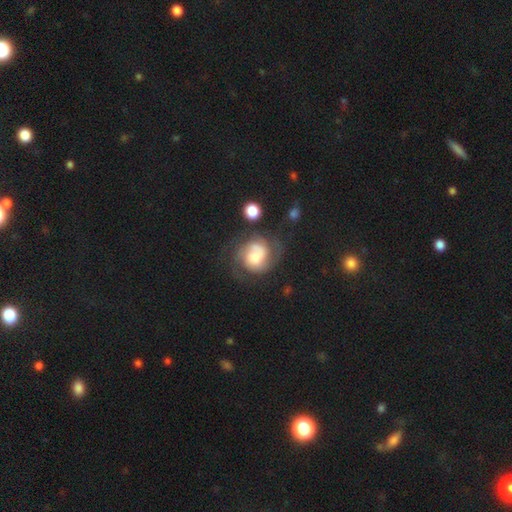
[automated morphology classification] Q: Smooth or featured?
A: featured or disk (69%); runner-up: smooth (23%)
Q: Edge-on disk?
A: no (98%); runner-up: yes (2%)
Q: Bar?
A: no (67%); runner-up: weak (28%)
Q: Spiral arms?
A: yes (90%); runner-up: no (10%)
Q: Spiral winding?
A: medium (43%); runner-up: tight (40%)
Q: Spiral arm count?
A: 2 (57%); runner-up: can't tell (18%)
Q: Bulge size?
A: moderate (36%); runner-up: large (26%)
Q: Merging?
A: none (51%); runner-up: major disturbance (21%)